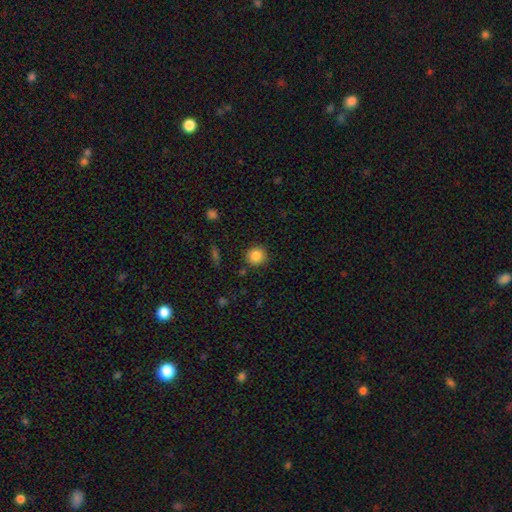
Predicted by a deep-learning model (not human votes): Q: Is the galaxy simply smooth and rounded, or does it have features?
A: smooth — 86%.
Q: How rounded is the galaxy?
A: round — 92%.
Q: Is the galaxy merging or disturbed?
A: none — 87%.